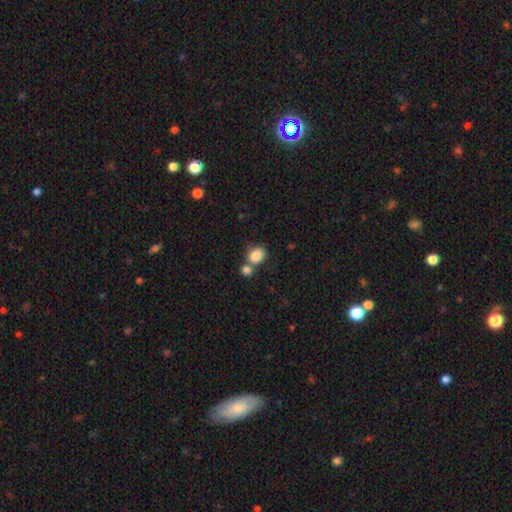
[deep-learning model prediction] This appears to be a smooth galaxy with no disk features (85%) that is round (55%). Merging: none (47%).